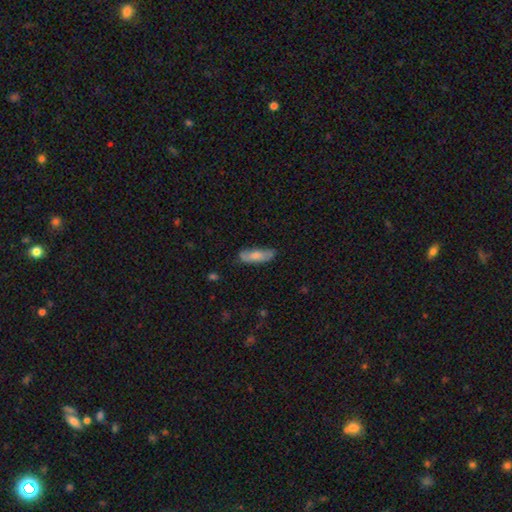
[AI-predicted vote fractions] A smooth galaxy with no disk features (74%) that is cigar-shaped (51%).

Vote fractions:
- Smooth or featured? smooth: 74% / featured or disk: 20% / star or artifact: 6%
- How rounded? cigar-shaped: 51% / in between: 47% / round: 2%
- Merging? none: 71% / minor disturbance: 22% / major disturbance: 5% / merger: 2%